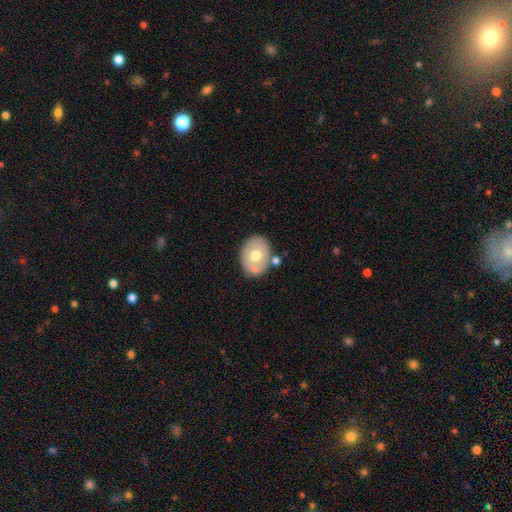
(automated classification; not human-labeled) Overall: smooth (59%; featured or disk 34%). How rounded: in between (62%; round 37%). Merging: none (70%).